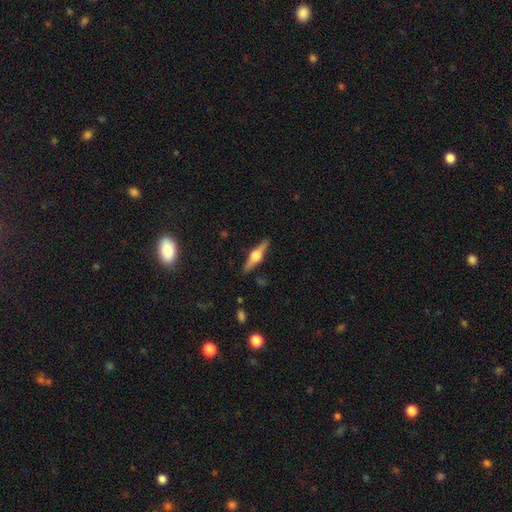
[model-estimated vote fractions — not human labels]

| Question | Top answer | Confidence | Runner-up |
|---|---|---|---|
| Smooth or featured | featured or disk | 76% | smooth (18%) |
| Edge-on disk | yes | 97% | no (3%) |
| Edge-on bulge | rounded | 94% | boxy (4%) |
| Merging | none | 90% | minor disturbance (7%) |